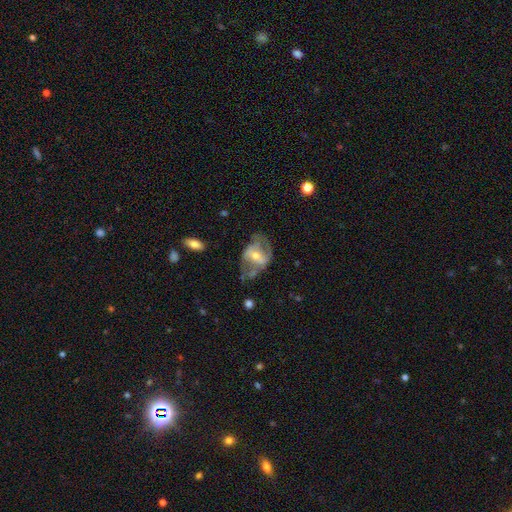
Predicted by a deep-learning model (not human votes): featured or disk 66%, smooth 28%, star or artifact 7%. Down the decision tree: edge-on disk — no (93%); bar — strong (39%); spiral arms — yes (54%); bulge size — moderate (57%); merging — none (49%).